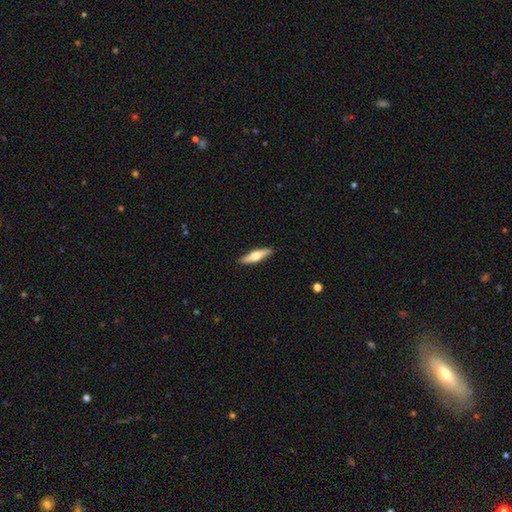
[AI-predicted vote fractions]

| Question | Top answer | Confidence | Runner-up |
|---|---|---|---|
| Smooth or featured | smooth | 50% | featured or disk (45%) |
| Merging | none | 90% | minor disturbance (7%) |